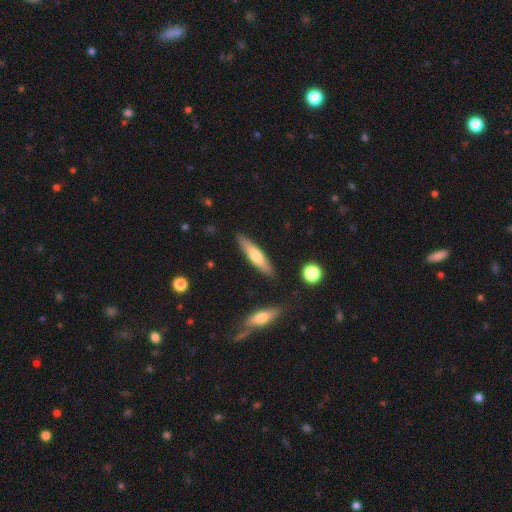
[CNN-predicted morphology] Overall: smooth (57%; featured or disk 37%). How rounded: cigar-shaped (80%). Merging: none (87%).